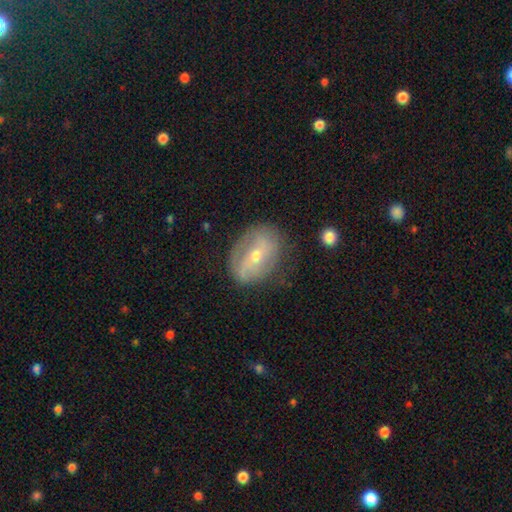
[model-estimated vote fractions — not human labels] Smooth or featured: featured or disk — 61% (smooth — 31%)
Edge-on disk: no — 93% (yes — 7%)
Bar: weak — 35% (no — 34%)
Spiral arms: yes — 53% (no — 47%)
Bulge size: moderate — 49% (small — 48%)
Merging: none — 66% (minor disturbance — 23%)